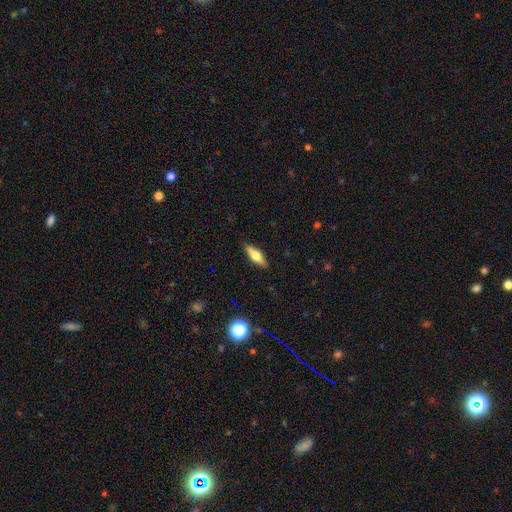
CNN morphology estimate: smooth_or_featured: smooth (p=0.55) [alt: featured or disk p=0.38]
how_rounded: in between (p=0.53) [alt: cigar-shaped p=0.44]
merging: none (p=0.88) [alt: minor disturbance p=0.09]